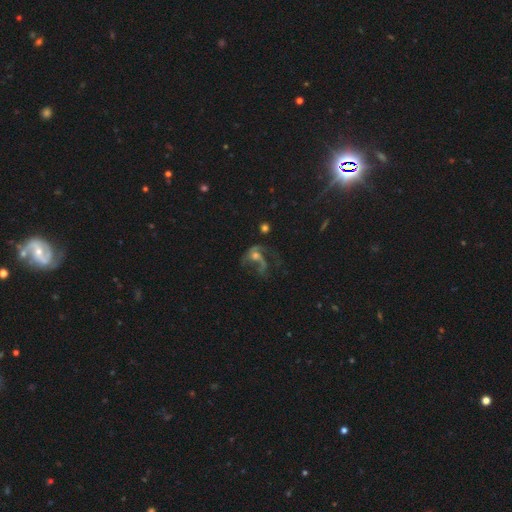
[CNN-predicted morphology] Q: Smooth or featured?
A: featured or disk (65%); runner-up: smooth (18%)
Q: Edge-on disk?
A: no (97%); runner-up: yes (3%)
Q: Bar?
A: no (69%); runner-up: weak (24%)
Q: Spiral arms?
A: yes (74%); runner-up: no (26%)
Q: Bulge size?
A: moderate (46%); runner-up: small (37%)
Q: Merging?
A: major disturbance (49%); runner-up: none (30%)